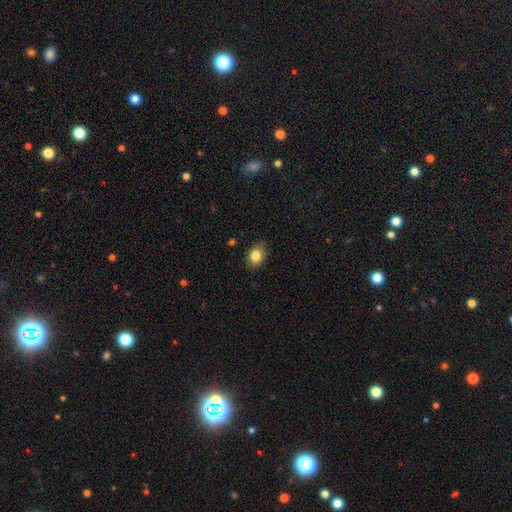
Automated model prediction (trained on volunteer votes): Q: Smooth or featured?
A: smooth (84%); runner-up: star or artifact (9%)
Q: How rounded?
A: in between (64%); runner-up: round (35%)
Q: Merging?
A: none (80%); runner-up: minor disturbance (16%)